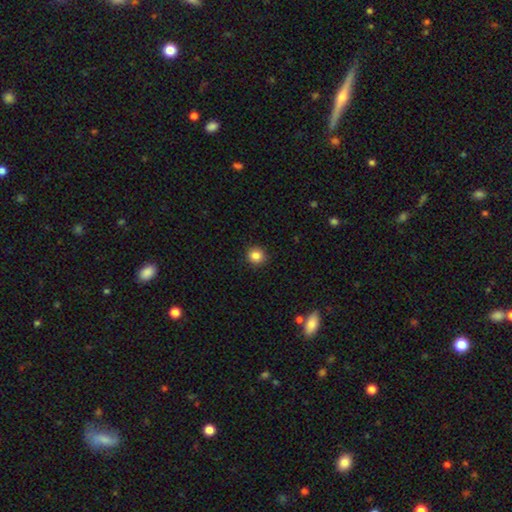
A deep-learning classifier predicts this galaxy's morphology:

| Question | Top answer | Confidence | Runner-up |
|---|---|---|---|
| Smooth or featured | smooth | 84% | star or artifact (11%) |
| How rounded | round | 92% | in between (7%) |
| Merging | none | 91% | minor disturbance (7%) |